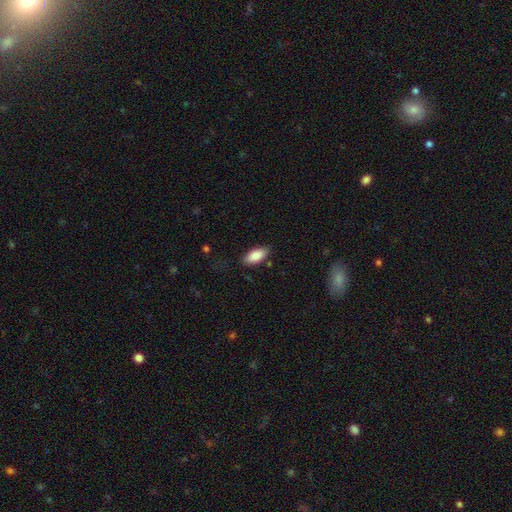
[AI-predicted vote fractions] Morphology: type=smooth (86%); roundness=in between (90%); merging=none (83%).